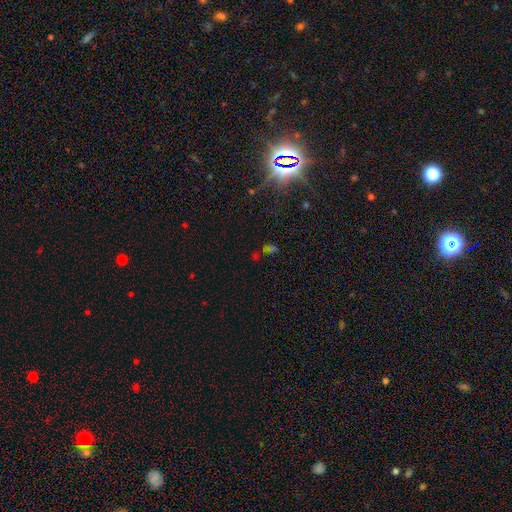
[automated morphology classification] type=star or artifact (52%).